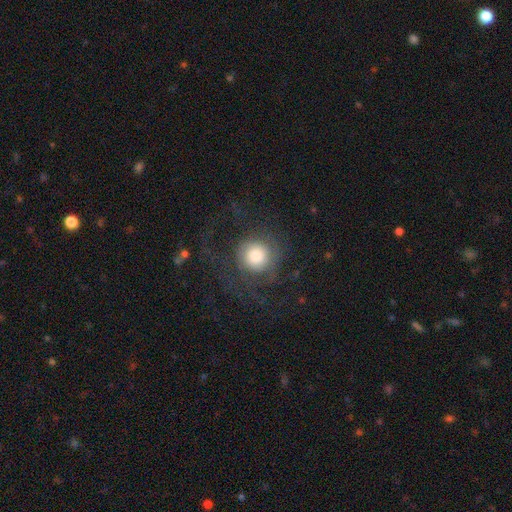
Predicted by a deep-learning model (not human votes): A smooth galaxy with no disk features (58%) that is round (92%). Merging: none (56%).